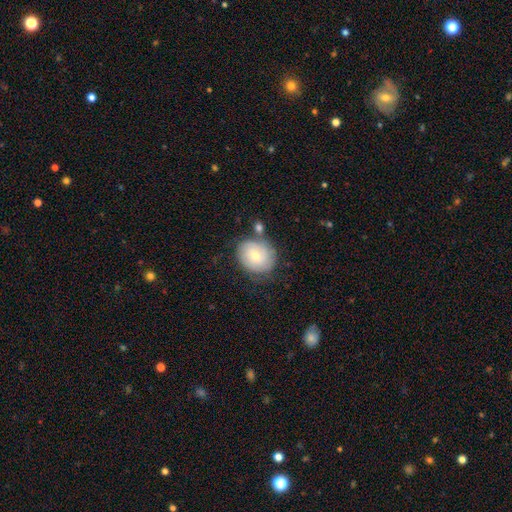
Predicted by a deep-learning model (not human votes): Overall: smooth (57%; featured or disk 35%). How rounded: round (68%; in between 31%). Merging: none (64%).